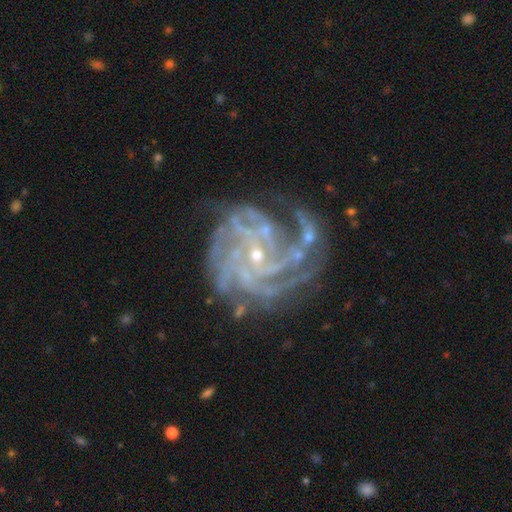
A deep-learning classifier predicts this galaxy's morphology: featured or disk 89%, star or artifact 7%, smooth 4%. Down the decision tree: edge-on disk — no (98%); bar — no (61%); spiral arms — yes (97%); spiral arm count — 4 (31%); spiral winding — tight (61%); bulge size — small (81%); merging — none (62%).